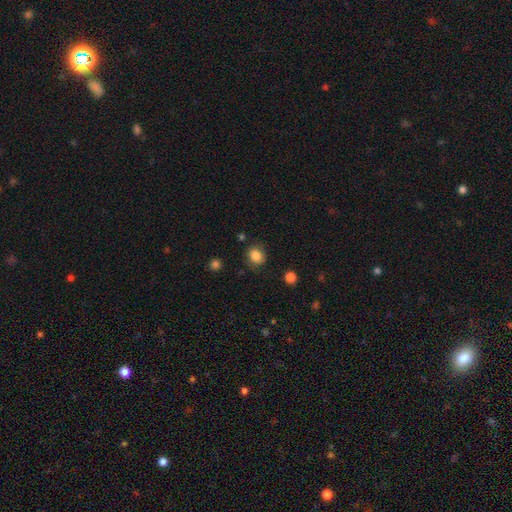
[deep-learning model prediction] smooth-or-featured: smooth: 85% | star or artifact: 11% | featured or disk: 5%
  how-rounded: round: 72% | in between: 27% | cigar-shaped: 1%
  merging: none: 83% | minor disturbance: 12% | major disturbance: 4% | merger: 2%